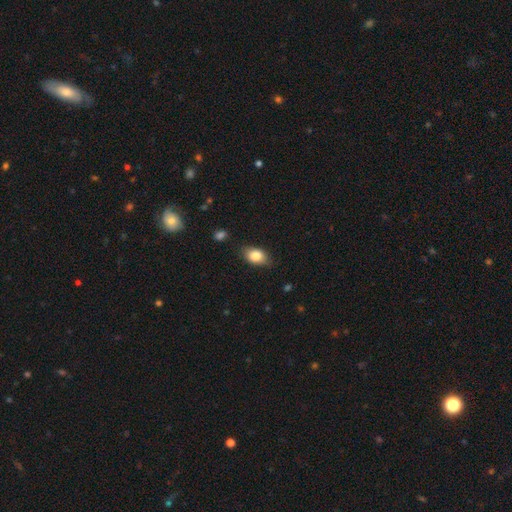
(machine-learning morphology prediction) smooth-or-featured: smooth: 83% | featured or disk: 9% | star or artifact: 8%
  how-rounded: in between: 82% | round: 16% | cigar-shaped: 2%
  merging: none: 80% | minor disturbance: 16% | major disturbance: 3% | merger: 2%